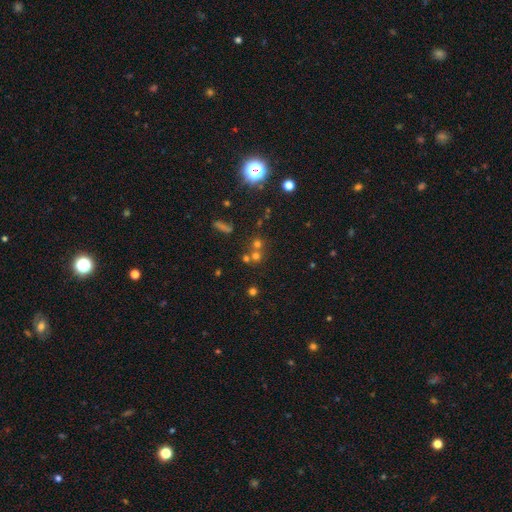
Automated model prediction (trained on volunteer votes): Smooth or featured? smooth (55%)
How rounded? round (86%)
Merging? none (51%)